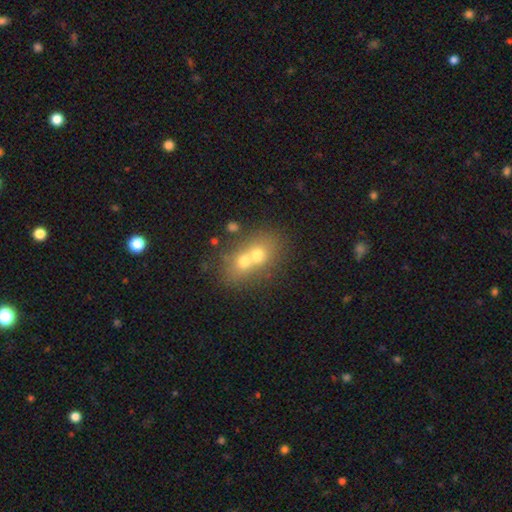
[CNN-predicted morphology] A smooth galaxy with no disk features (60%) that is round (56%). Merging: merger (69%).